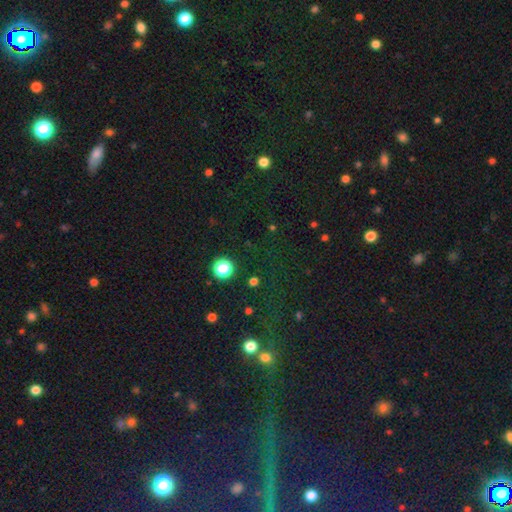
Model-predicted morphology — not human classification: Smooth or featured: star or artifact — 77% (smooth — 15%)